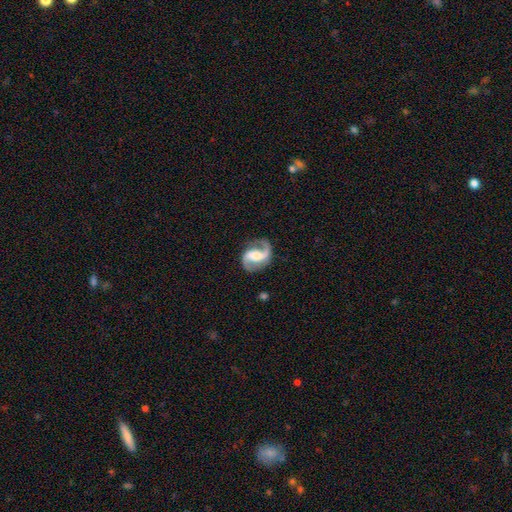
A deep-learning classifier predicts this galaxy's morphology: Smooth or featured? Predicted: featured or disk (p=0.90). Edge-on disk? Predicted: no (p=0.98). Bar? Predicted: weak (p=0.41). Spiral arms? Predicted: yes (p=0.97). Spiral winding? Predicted: medium (p=0.52). Spiral arm count? Predicted: 2 (p=0.92). Bulge size? Predicted: moderate (p=0.42). Merging? Predicted: none (p=0.79).